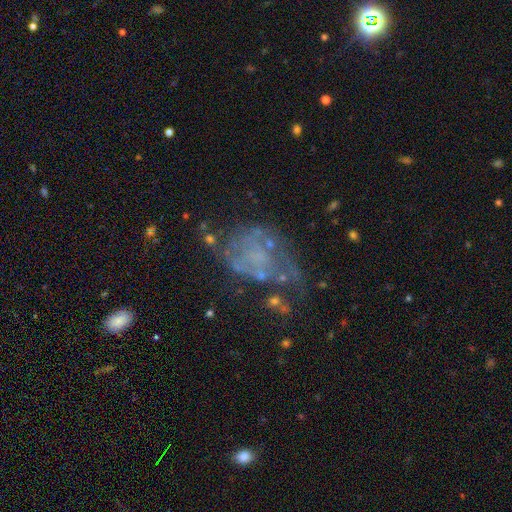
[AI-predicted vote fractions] Smooth or featured?
  - featured or disk: 66% *
  - smooth: 20%
  - star or artifact: 14%
Edge-on disk?
  - no: 98% *
  - yes: 2%
Bar?
  - no: 83% *
  - weak: 13%
  - strong: 4%
Spiral arms?
  - no: 59% *
  - yes: 41%
Bulge size?
  - none: 72% *
  - small: 14%
  - moderate: 9%
  - large: 3%
  - dominant: 1%
Merging?
  - none: 39% *
  - major disturbance: 32%
  - minor disturbance: 22%
  - merger: 7%